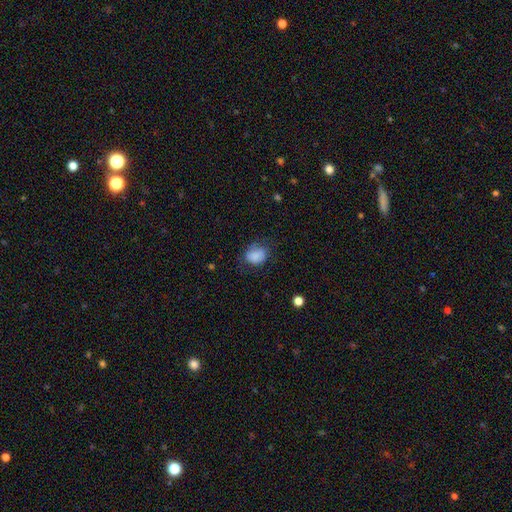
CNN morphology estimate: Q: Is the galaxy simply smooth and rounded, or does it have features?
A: smooth — 81%.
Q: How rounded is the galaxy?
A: round — 50%.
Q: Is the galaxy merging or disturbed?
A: none — 61%.